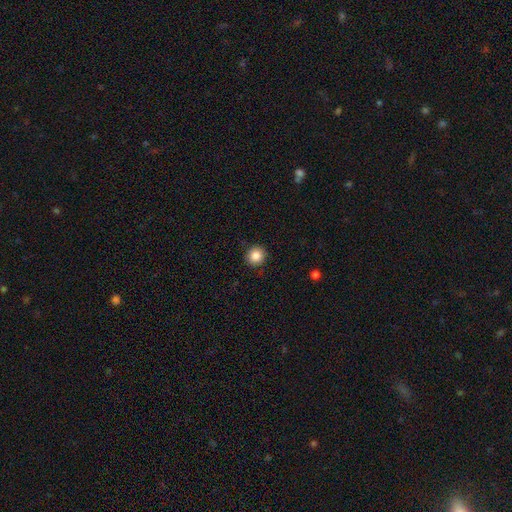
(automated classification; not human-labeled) Smooth or featured? smooth (85%)
How rounded? round (91%)
Merging? none (90%)